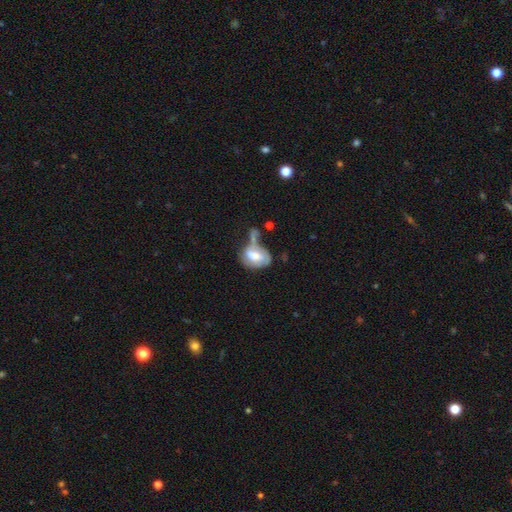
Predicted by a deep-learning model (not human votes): smooth-or-featured: smooth: 51% | featured or disk: 41% | star or artifact: 7%
  how-rounded: in between: 82% | round: 16% | cigar-shaped: 2%
  merging: merger: 31% | major disturbance: 29% | minor disturbance: 20% | none: 20%